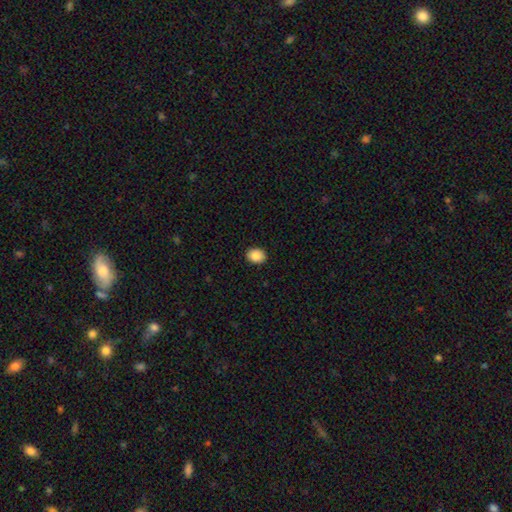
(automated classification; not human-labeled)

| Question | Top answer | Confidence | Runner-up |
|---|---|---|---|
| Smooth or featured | smooth | 87% | star or artifact (8%) |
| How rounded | in between | 54% | round (45%) |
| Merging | none | 91% | minor disturbance (6%) |